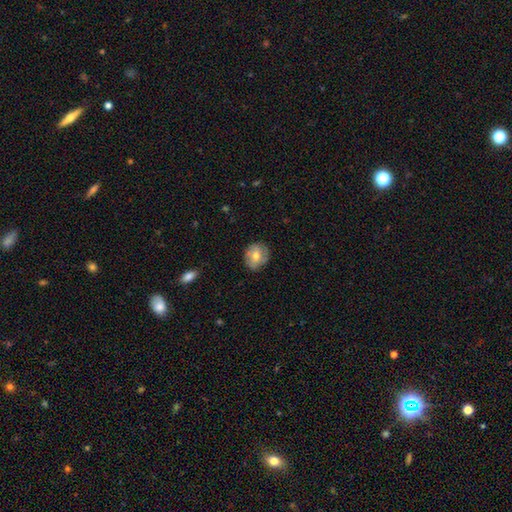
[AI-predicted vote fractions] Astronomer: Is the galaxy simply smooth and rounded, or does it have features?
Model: smooth — 59%.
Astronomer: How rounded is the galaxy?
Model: round — 72%.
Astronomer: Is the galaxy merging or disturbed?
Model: none — 78%.